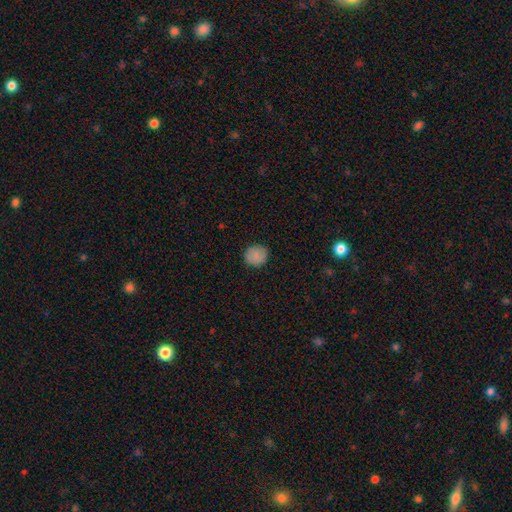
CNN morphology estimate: Smooth or featured: smooth — 84% (star or artifact — 9%)
How rounded: round — 87% (in between — 12%)
Merging: none — 86% (minor disturbance — 10%)